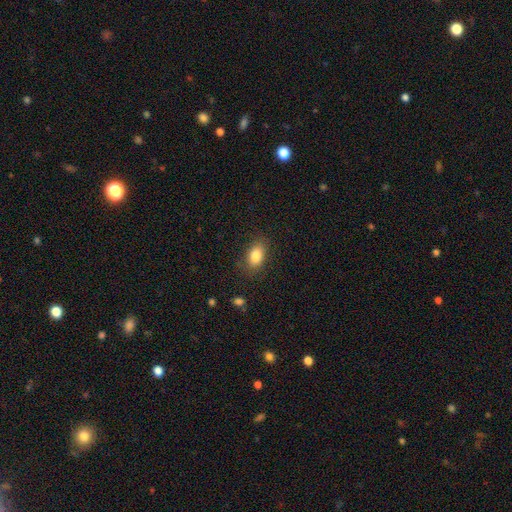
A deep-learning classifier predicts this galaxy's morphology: A smooth galaxy with no disk features (84%) that is in between round and cigar-shaped (87%). Merging: none (80%).